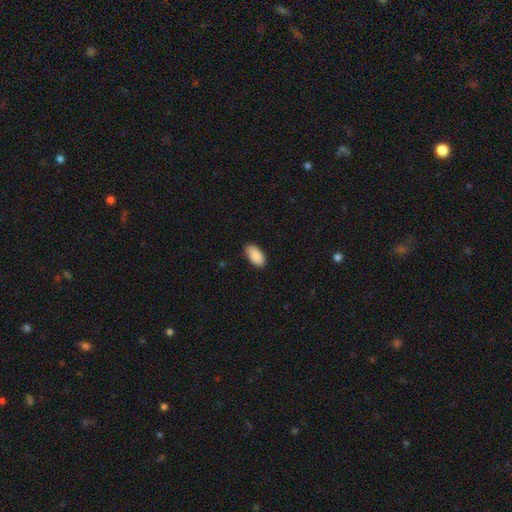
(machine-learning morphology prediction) smooth-or-featured: smooth: 91% | star or artifact: 6% | featured or disk: 3%
  how-rounded: in between: 95% | cigar-shaped: 3% | round: 2%
  merging: none: 88% | minor disturbance: 9% | major disturbance: 2% | merger: 1%